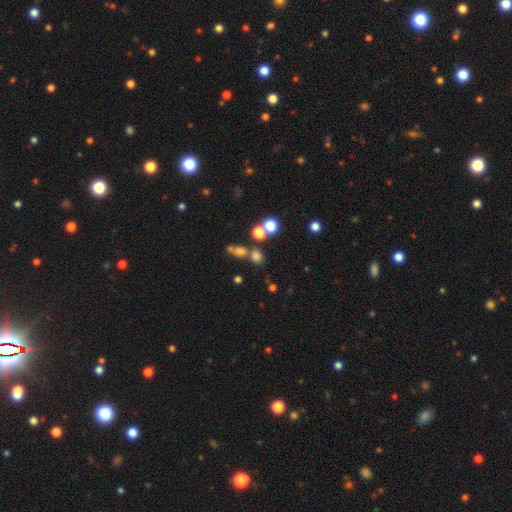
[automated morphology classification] A smooth galaxy with no disk features (69%) that is round (64%).

Vote fractions:
- Smooth or featured? smooth: 69% / star or artifact: 22% / featured or disk: 9%
- How rounded? round: 64% / in between: 34% / cigar-shaped: 2%
- Merging? none: 57% / merger: 26% / minor disturbance: 11% / major disturbance: 6%